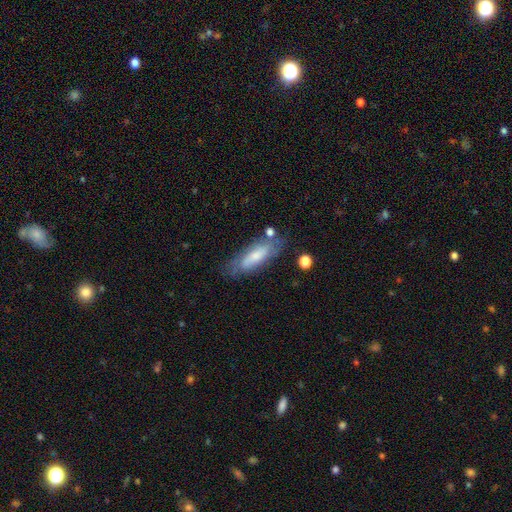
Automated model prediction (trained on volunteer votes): A smooth galaxy with no disk features (58%) that is in between round and cigar-shaped (53%).

Vote fractions:
- Smooth or featured? smooth: 58% / featured or disk: 34% / star or artifact: 7%
- How rounded? in between: 53% / cigar-shaped: 45% / round: 2%
- Merging? none: 67% / minor disturbance: 20% / major disturbance: 7% / merger: 6%